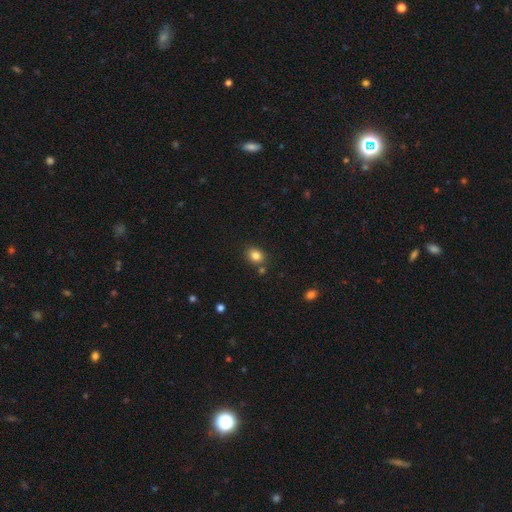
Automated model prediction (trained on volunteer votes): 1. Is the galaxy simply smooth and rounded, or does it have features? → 83% smooth, 11% star or artifact, 6% featured or disk.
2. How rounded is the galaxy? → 51% round, 48% in between, 1% cigar-shaped.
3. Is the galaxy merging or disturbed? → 78% none, 11% minor disturbance, 8% merger, 3% major disturbance.